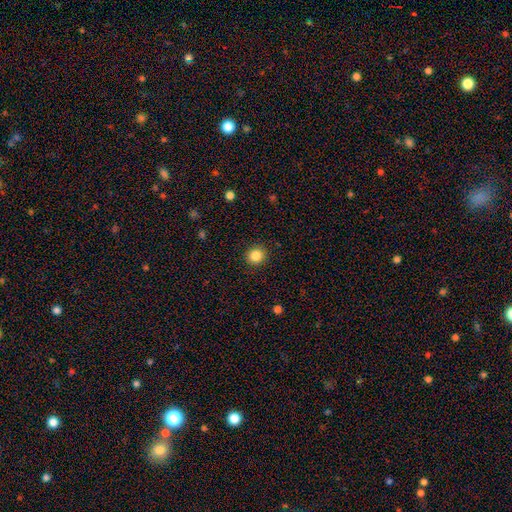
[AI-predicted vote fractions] Smooth or featured: smooth — 85% (star or artifact — 11%)
How rounded: round — 88% (in between — 11%)
Merging: none — 91% (minor disturbance — 6%)